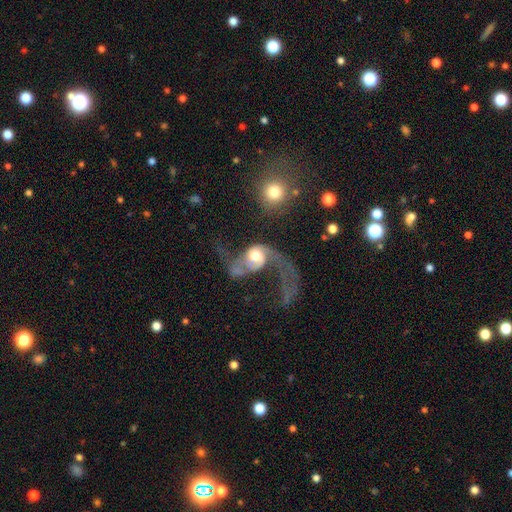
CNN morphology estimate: A featured or disk galaxy (76%) with no bar (68%), 2 (74%) loose (74%) spiral arms (86%) and a moderate central bulge (58%).

Vote fractions:
- Smooth or featured? featured or disk: 76% / smooth: 18% / star or artifact: 6%
- Edge-on disk? no: 97% / yes: 3%
- Bar? no: 68% / weak: 25% / strong: 7%
- Spiral arms? yes: 86% / no: 14%
- Spiral winding? loose: 74% / medium: 21% / tight: 6%
- Spiral arm count? 2: 74% / 1: 17% / can't tell: 5% / 3: 2% / 4: 1% / more than 4: 1%
- Bulge size? moderate: 58% / large: 29% / small: 8% / dominant: 4% / none: 2%
- Merging? major disturbance: 56% / none: 19% / merger: 15% / minor disturbance: 10%